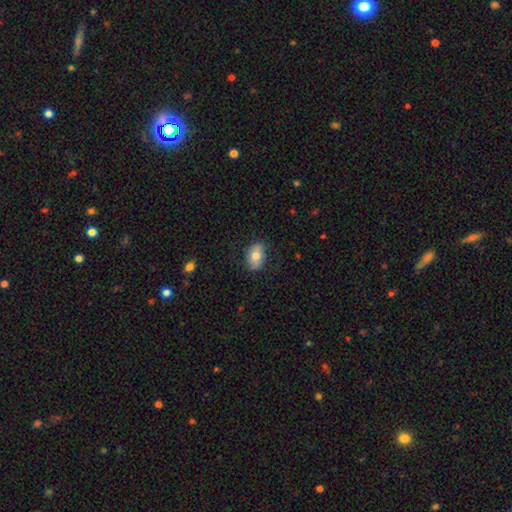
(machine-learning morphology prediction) This appears to be a smooth galaxy with no disk features (73%) that is in between round and cigar-shaped (84%). Merging: none (82%).